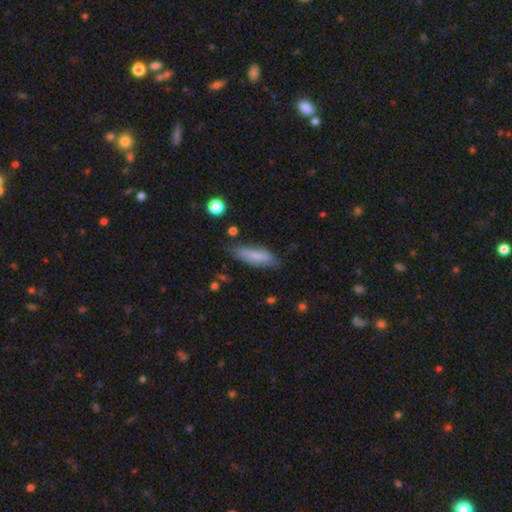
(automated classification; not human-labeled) A smooth galaxy with no disk features (70%) that is in between round and cigar-shaped (50%).

Vote fractions:
- Smooth or featured? smooth: 70% / featured or disk: 23% / star or artifact: 7%
- How rounded? in between: 50% / cigar-shaped: 48% / round: 2%
- Merging? none: 71% / minor disturbance: 22% / major disturbance: 5% / merger: 3%